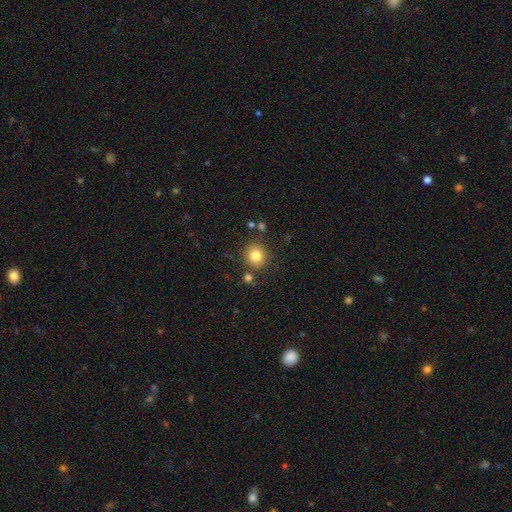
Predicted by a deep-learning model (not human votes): Overall: smooth (82%). How rounded: round (88%). Merging: none (81%).